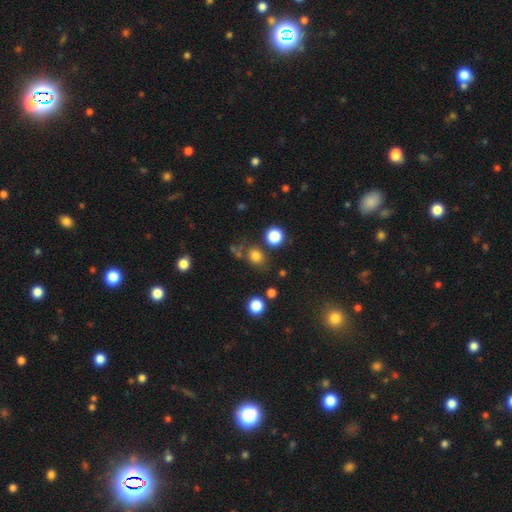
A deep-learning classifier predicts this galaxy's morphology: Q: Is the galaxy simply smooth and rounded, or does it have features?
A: smooth — 77%.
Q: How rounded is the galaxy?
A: round — 73%.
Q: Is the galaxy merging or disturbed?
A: none — 74%.